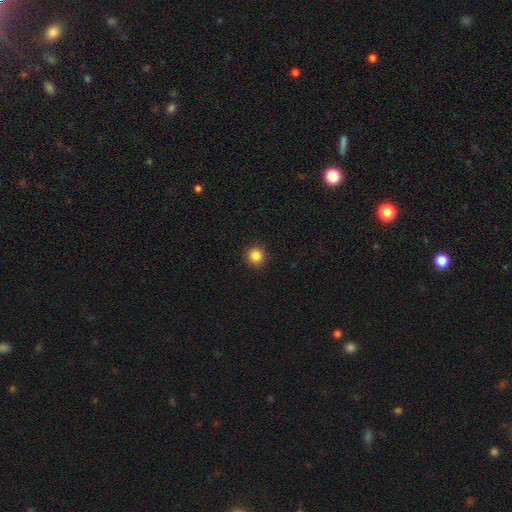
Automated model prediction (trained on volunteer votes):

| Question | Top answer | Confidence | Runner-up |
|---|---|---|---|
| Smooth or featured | smooth | 86% | star or artifact (10%) |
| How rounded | round | 94% | in between (5%) |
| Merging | none | 92% | minor disturbance (5%) |